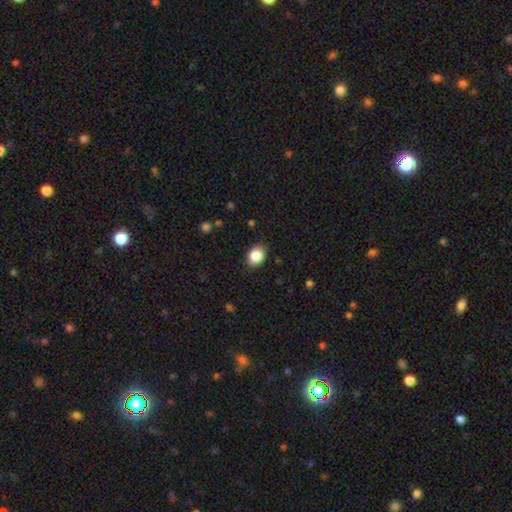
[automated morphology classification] This is clearly a smooth galaxy (86%). How rounded: likely in between (63%). Merging: clearly none (87%).